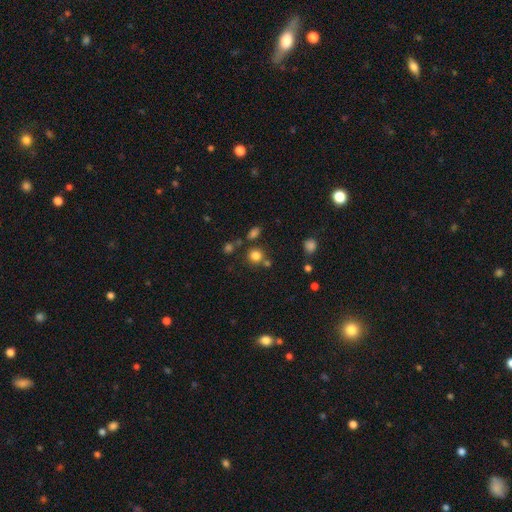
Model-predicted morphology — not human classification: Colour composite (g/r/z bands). It shows a smooth galaxy with no disk features (79%) that is round (86%). Merging: none (72%).